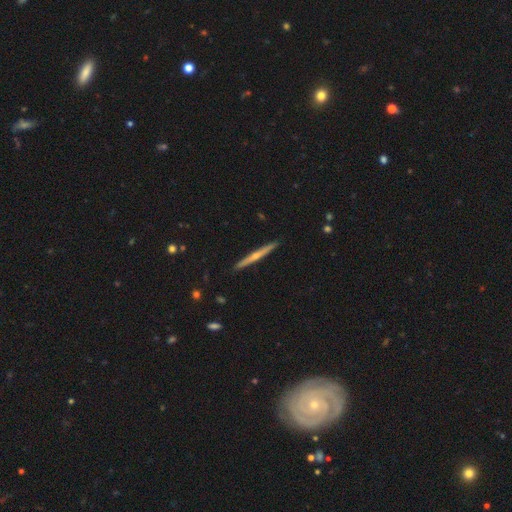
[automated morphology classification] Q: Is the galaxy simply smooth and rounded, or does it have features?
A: featured or disk — 67%.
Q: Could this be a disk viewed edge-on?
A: yes — 98%.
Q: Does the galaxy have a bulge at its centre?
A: rounded — 73%.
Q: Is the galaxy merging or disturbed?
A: none — 92%.